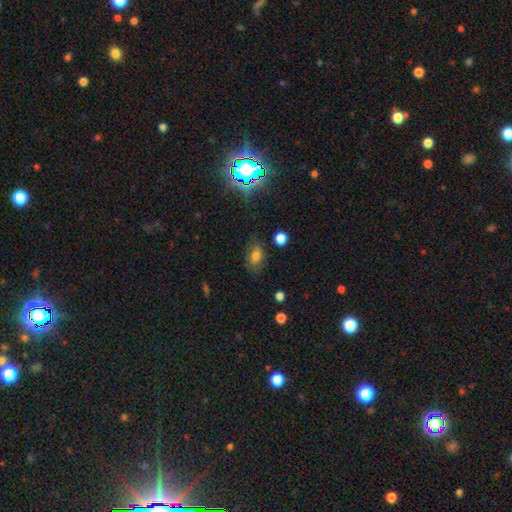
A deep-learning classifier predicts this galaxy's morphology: Smooth or featured? smooth (73%)
How rounded? in between (81%)
Merging? none (68%)